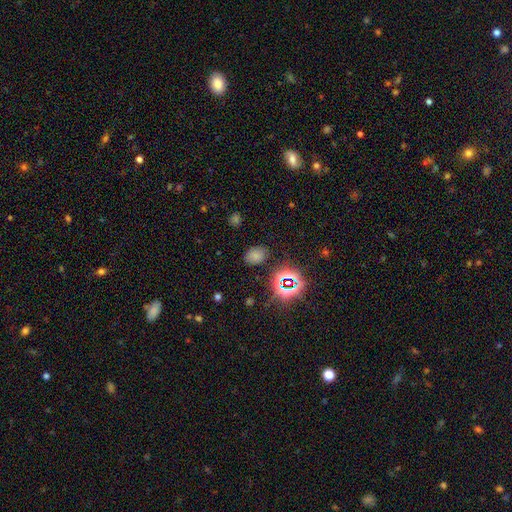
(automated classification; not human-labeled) Smooth or featured?
  - smooth: 66% *
  - star or artifact: 27%
  - featured or disk: 7%
How rounded?
  - in between: 75% *
  - round: 24%
  - cigar-shaped: 1%
Merging?
  - none: 81% *
  - minor disturbance: 13%
  - major disturbance: 4%
  - merger: 2%